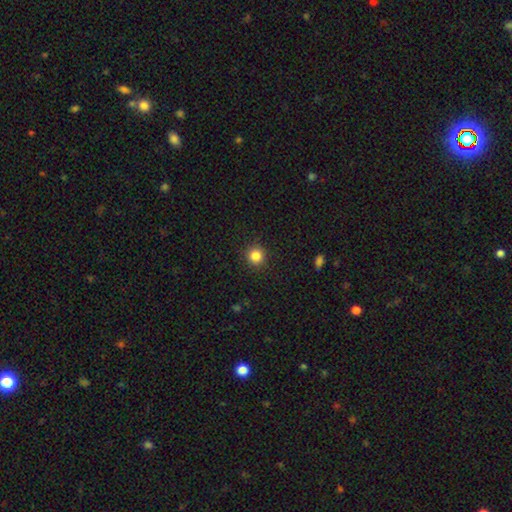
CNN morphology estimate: Smooth or featured?
  - smooth: 84% *
  - star or artifact: 11%
  - featured or disk: 4%
How rounded?
  - round: 94% *
  - in between: 5%
  - cigar-shaped: 1%
Merging?
  - none: 92% *
  - minor disturbance: 5%
  - major disturbance: 2%
  - merger: 1%